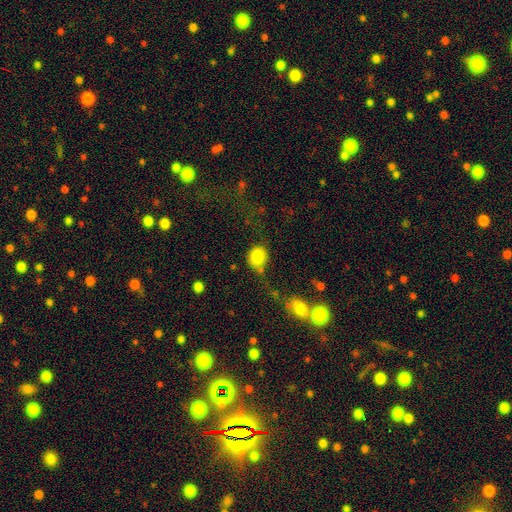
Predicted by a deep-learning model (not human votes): Q: Smooth or featured?
A: smooth (83%); runner-up: star or artifact (10%)
Q: How rounded?
A: round (68%); runner-up: in between (31%)
Q: Merging?
A: none (55%); runner-up: minor disturbance (21%)